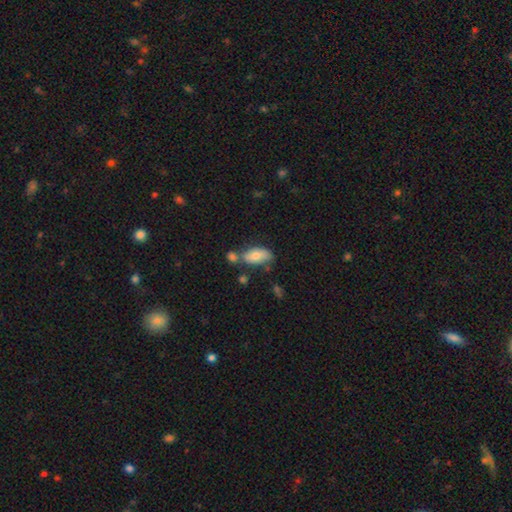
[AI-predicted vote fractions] smooth_or_featured: smooth (p=0.72) [alt: featured or disk p=0.20]
how_rounded: in between (p=0.90) [alt: cigar-shaped p=0.06]
merging: none (p=0.53) [alt: merger p=0.23]